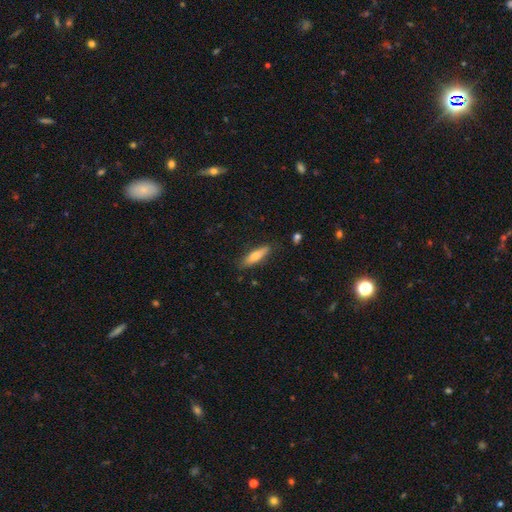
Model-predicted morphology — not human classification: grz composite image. It shows a smooth galaxy with no disk features (75%) that is cigar-shaped (64%). Merging: none (82%).